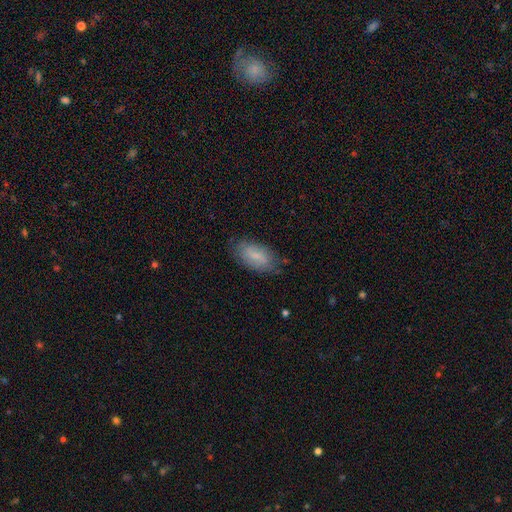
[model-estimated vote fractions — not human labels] Q: Smooth or featured?
A: smooth (67%); runner-up: featured or disk (26%)
Q: How rounded?
A: in between (90%); runner-up: cigar-shaped (6%)
Q: Merging?
A: none (75%); runner-up: minor disturbance (19%)